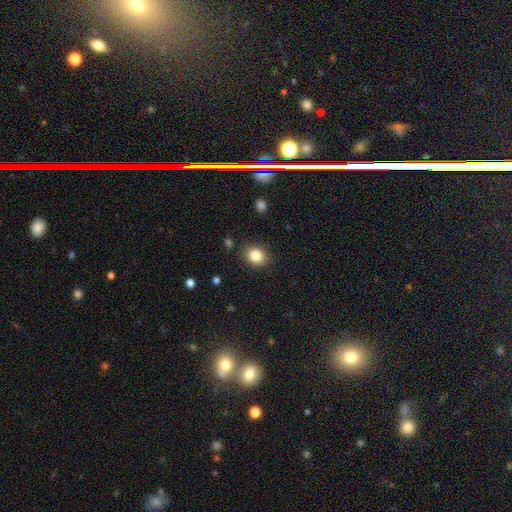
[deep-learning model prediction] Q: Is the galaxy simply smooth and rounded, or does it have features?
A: smooth — 84%.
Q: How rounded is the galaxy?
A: round — 57%.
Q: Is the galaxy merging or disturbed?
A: none — 87%.